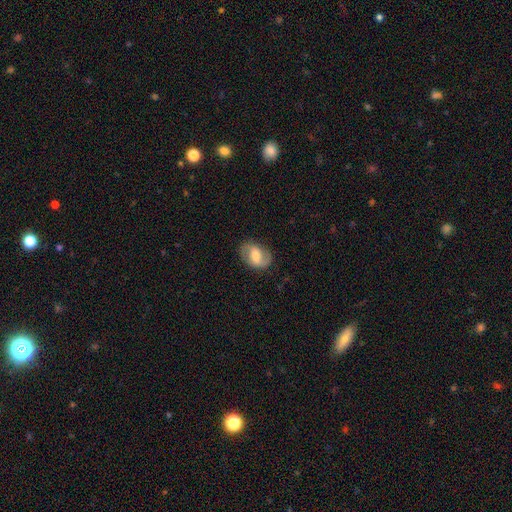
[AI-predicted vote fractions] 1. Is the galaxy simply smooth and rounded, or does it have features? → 66% featured or disk, 27% smooth, 7% star or artifact.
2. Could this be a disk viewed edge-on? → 97% no, 3% yes.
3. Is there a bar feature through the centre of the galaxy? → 48% weak, 29% no, 23% strong.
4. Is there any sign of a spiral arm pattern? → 88% yes, 12% no.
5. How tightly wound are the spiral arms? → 44% medium, 38% loose, 18% tight.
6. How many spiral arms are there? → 86% 2, 6% 1, 5% can't tell, 1% 3, 1% 4, 1% more than 4.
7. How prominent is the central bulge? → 56% moderate, 20% small, 18% large, 4% none, 2% dominant.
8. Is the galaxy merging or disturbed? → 80% none, 14% minor disturbance, 5% major disturbance, 1% merger.